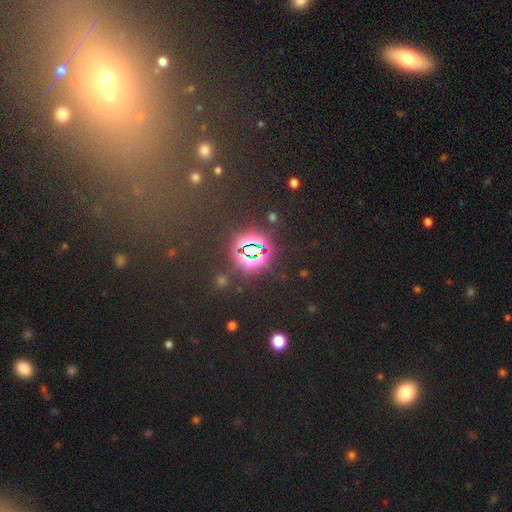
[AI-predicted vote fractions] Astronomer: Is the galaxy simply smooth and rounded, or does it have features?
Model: star or artifact — 75%.